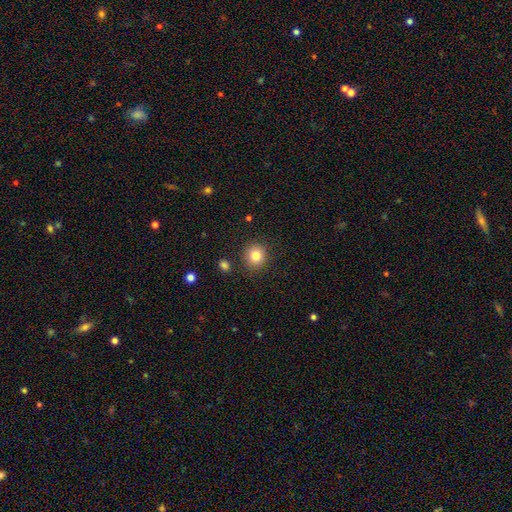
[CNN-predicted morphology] Q: Smooth or featured?
A: smooth (82%); runner-up: star or artifact (11%)
Q: How rounded?
A: round (89%); runner-up: in between (10%)
Q: Merging?
A: none (89%); runner-up: minor disturbance (7%)